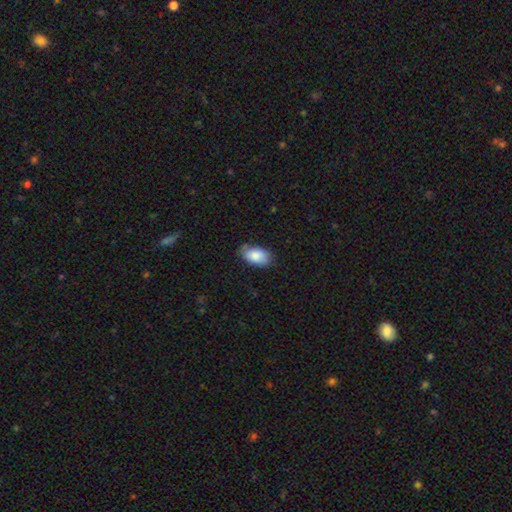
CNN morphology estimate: Smooth or featured?
  - smooth: 85% *
  - featured or disk: 8%
  - star or artifact: 6%
How rounded?
  - in between: 94% *
  - round: 5%
  - cigar-shaped: 2%
Merging?
  - none: 71% *
  - minor disturbance: 24%
  - major disturbance: 4%
  - merger: 1%